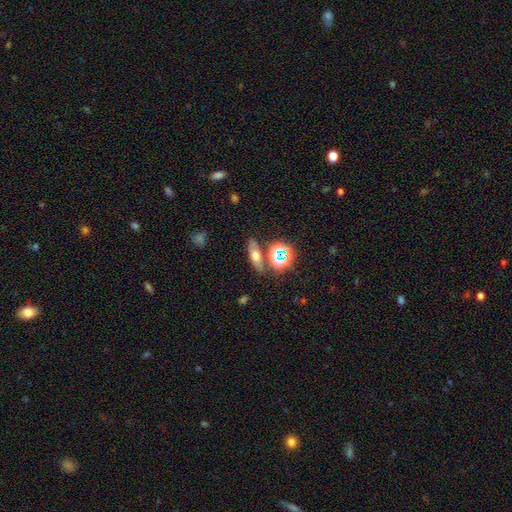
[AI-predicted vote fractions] Smooth or featured? Predicted: smooth (p=0.50). Merging? Predicted: none (p=0.77).